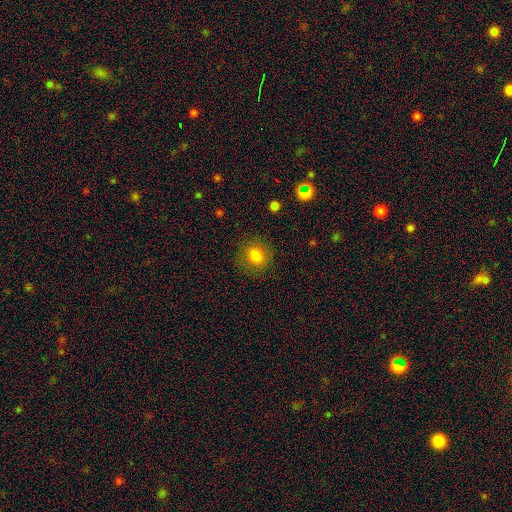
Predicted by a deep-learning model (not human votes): A smooth galaxy with no disk features (82%) that is round (85%).

Vote fractions:
- Smooth or featured? smooth: 82% / star or artifact: 11% / featured or disk: 7%
- How rounded? round: 85% / in between: 14% / cigar-shaped: 1%
- Merging? none: 86% / minor disturbance: 9% / major disturbance: 3% / merger: 1%